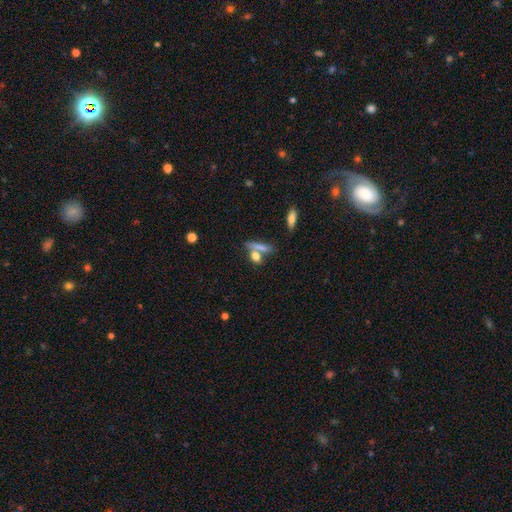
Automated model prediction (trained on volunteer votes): Morphology: type=smooth (75%); roundness=in between (51%); merging=none (46%).